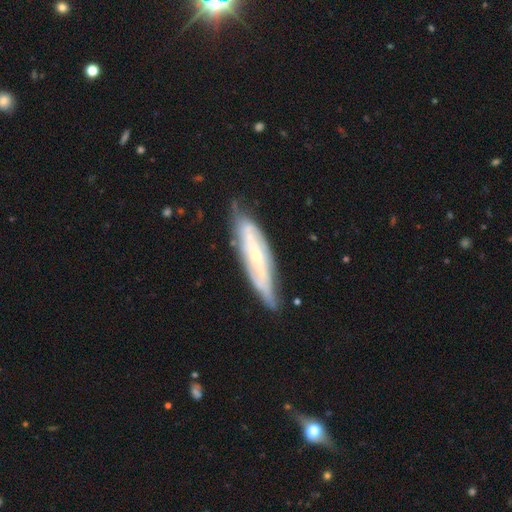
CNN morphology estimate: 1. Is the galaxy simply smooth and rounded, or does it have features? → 74% featured or disk, 20% smooth, 6% star or artifact.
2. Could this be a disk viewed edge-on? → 61% no, 39% yes.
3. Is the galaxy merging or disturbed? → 71% none, 22% minor disturbance, 5% major disturbance, 2% merger.